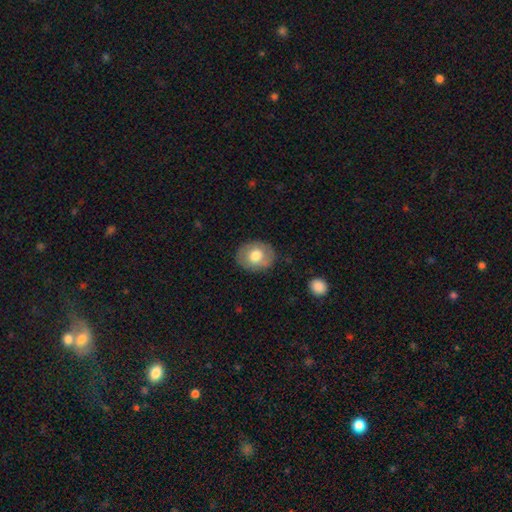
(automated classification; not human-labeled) This appears to be a smooth galaxy with no disk features (69%) that is in between round and cigar-shaped (51%). Merging: none (84%).